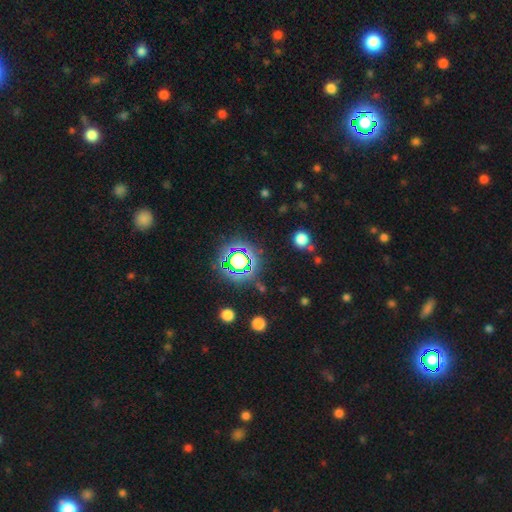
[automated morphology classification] Smooth or featured? star or artifact (76%)